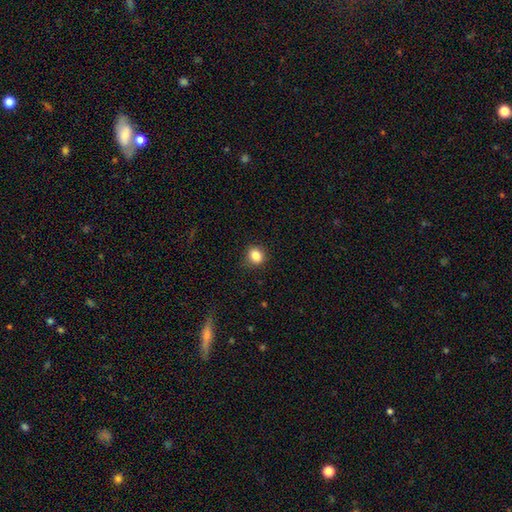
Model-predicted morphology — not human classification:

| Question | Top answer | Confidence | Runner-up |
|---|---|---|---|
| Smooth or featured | smooth | 84% | star or artifact (10%) |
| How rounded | round | 70% | in between (29%) |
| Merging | none | 86% | minor disturbance (11%) |